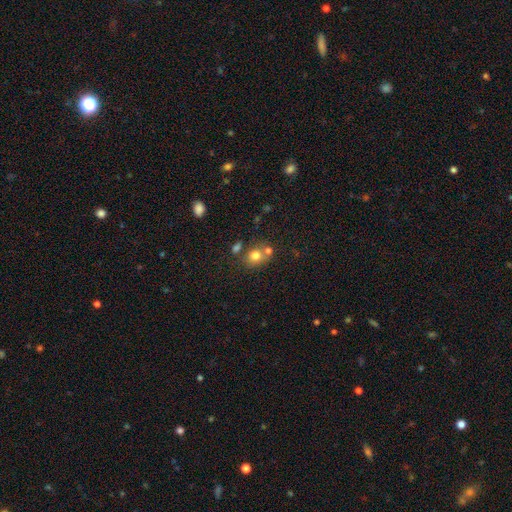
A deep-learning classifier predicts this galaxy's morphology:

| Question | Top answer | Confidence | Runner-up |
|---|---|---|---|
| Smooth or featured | smooth | 76% | star or artifact (13%) |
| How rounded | round | 63% | in between (36%) |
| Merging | none | 53% | merger (31%) |